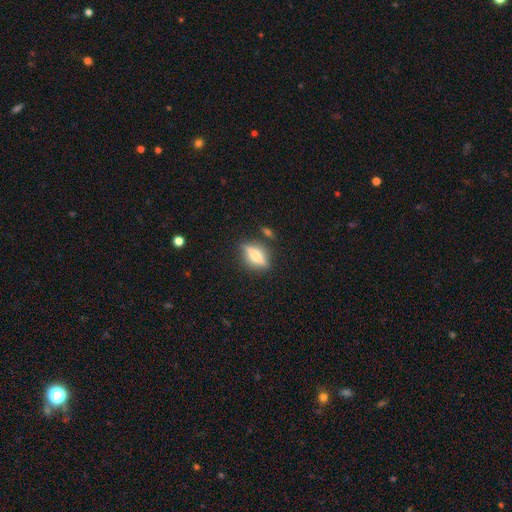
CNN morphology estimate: Q: Smooth or featured?
A: featured or disk (59%); runner-up: smooth (32%)
Q: Edge-on disk?
A: yes (89%); runner-up: no (11%)
Q: Edge-on bulge?
A: rounded (88%); runner-up: boxy (7%)
Q: Merging?
A: none (80%); runner-up: minor disturbance (12%)